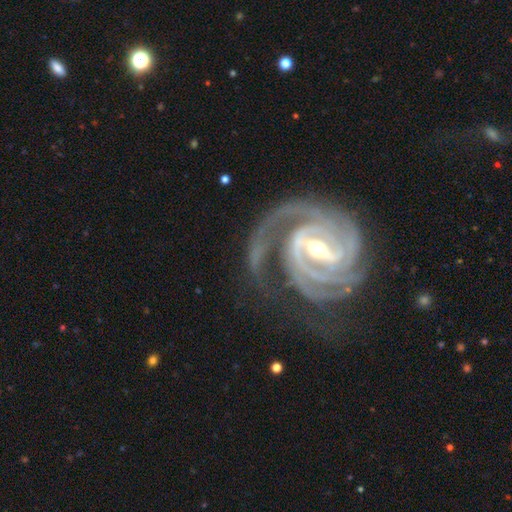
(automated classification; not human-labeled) Smooth or featured? Predicted: featured or disk (p=0.93). Edge-on disk? Predicted: no (p=0.97). Bar? Predicted: strong (p=0.63). Spiral arms? Predicted: yes (p=0.99). Spiral winding? Predicted: tight (p=0.69). Spiral arm count? Predicted: 2 (p=0.35). Bulge size? Predicted: moderate (p=0.49). Merging? Predicted: none (p=0.62).